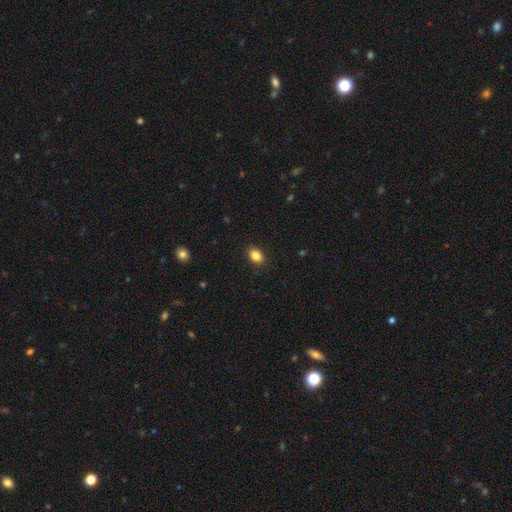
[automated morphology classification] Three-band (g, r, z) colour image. It shows a smooth galaxy with no disk features (86%) that is in between round and cigar-shaped (77%). Merging: none (88%).